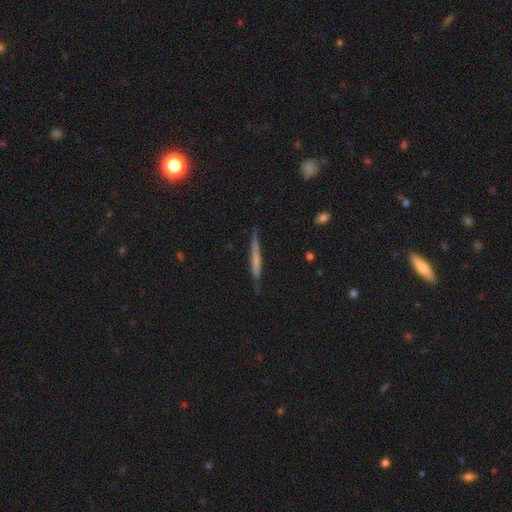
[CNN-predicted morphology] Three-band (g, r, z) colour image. It shows a featured or disk galaxy (46%). Merging: none (86%).